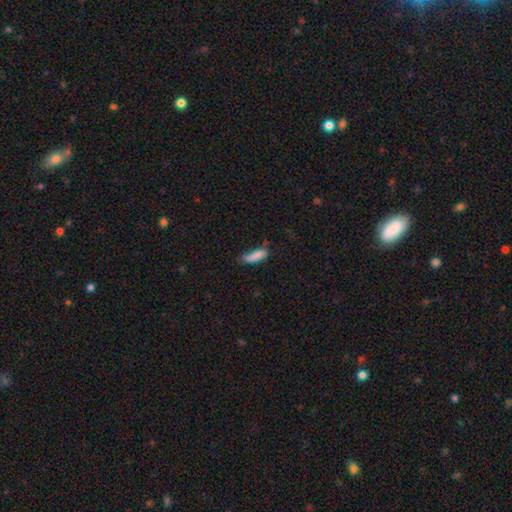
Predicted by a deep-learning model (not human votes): Overall: smooth (84%). How rounded: in between (57%; cigar-shaped 41%). Merging: none (49%; minor disturbance 36%).